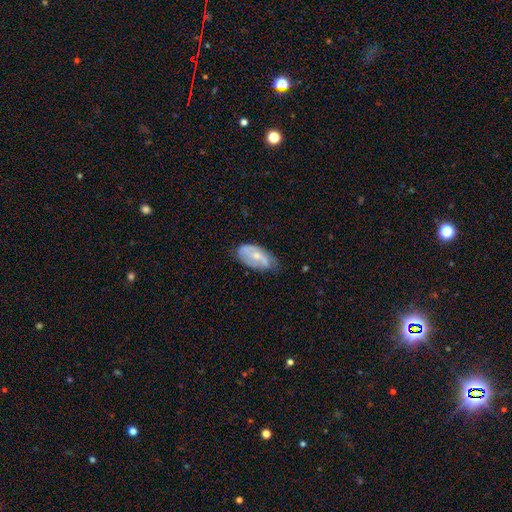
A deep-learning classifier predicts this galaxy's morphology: featured or disk 59%, smooth 35%, star or artifact 6%. Down the decision tree: edge-on disk — no (93%); bar — no (53%); spiral arms — yes (77%); bulge size — moderate (48%); merging — none (55%).